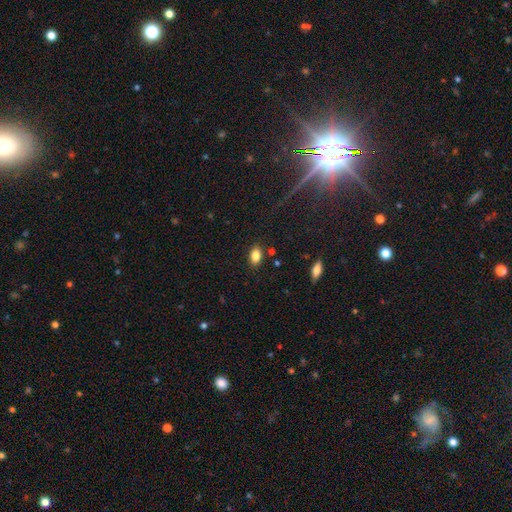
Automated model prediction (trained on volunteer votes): Smooth or featured? Predicted: smooth (p=0.84). How rounded? Predicted: in between (p=0.86). Merging? Predicted: none (p=0.85).